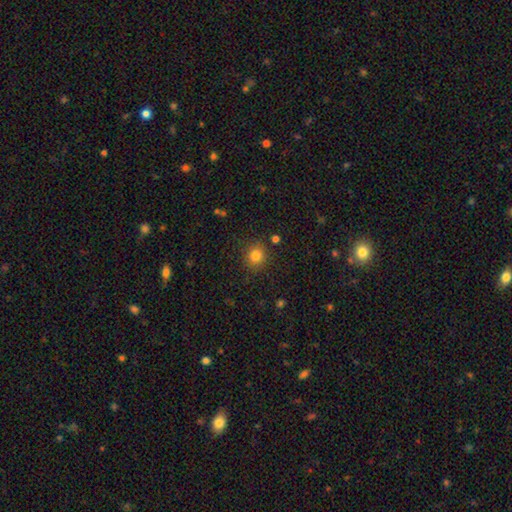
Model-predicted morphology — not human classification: This is clearly a smooth galaxy (82%). How rounded: clearly round (84%). Merging: clearly none (87%).